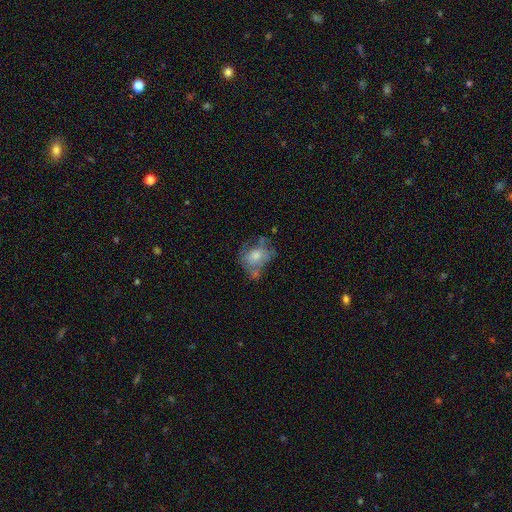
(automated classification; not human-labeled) This appears to be a featured or disk galaxy (46%). Merging: none (41%).